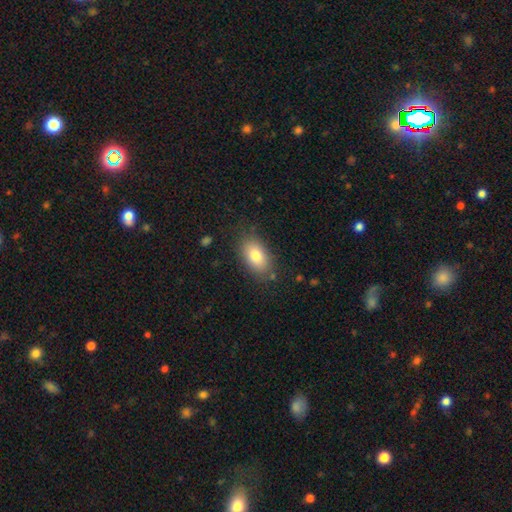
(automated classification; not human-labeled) Morphology: type=smooth (80%); roundness=in between (90%); merging=none (82%).